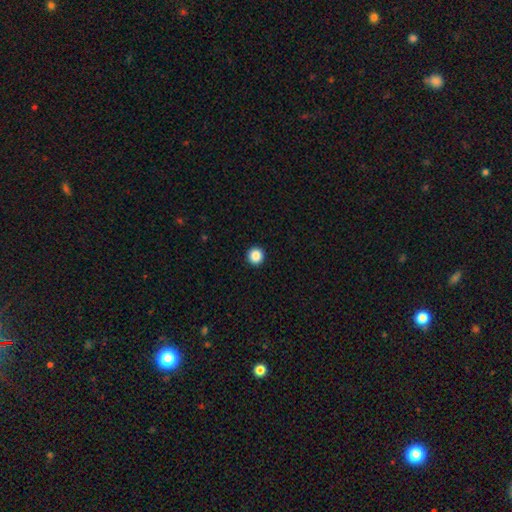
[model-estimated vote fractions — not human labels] Overall: smooth (88%). How rounded: round (96%). Merging: none (94%).